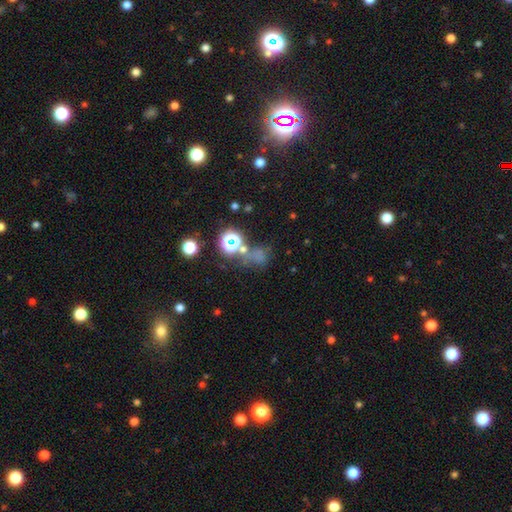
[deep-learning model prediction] This is marginally a star or artifact rather than a galaxy (45%).